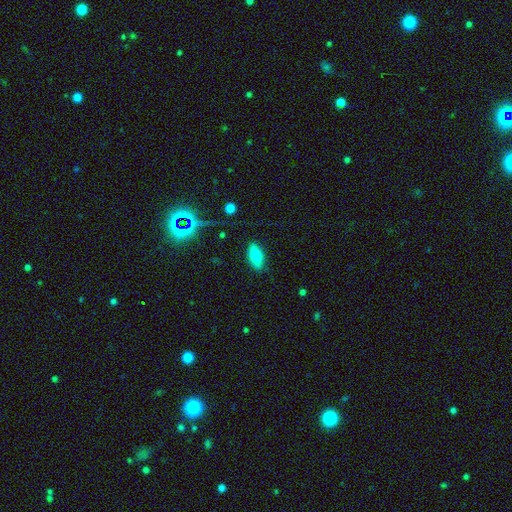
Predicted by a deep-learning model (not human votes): smooth-or-featured: smooth: 76% | featured or disk: 14% | star or artifact: 9%
  how-rounded: in between: 82% | cigar-shaped: 15% | round: 3%
  merging: none: 84% | minor disturbance: 12% | major disturbance: 3% | merger: 1%